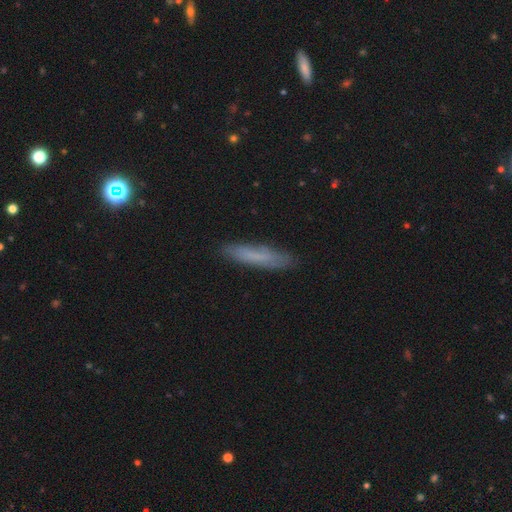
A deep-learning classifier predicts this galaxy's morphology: smooth_or_featured: smooth (p=0.67) [alt: featured or disk p=0.25]
how_rounded: cigar-shaped (p=0.86) [alt: in between p=0.12]
merging: none (p=0.83) [alt: minor disturbance p=0.13]